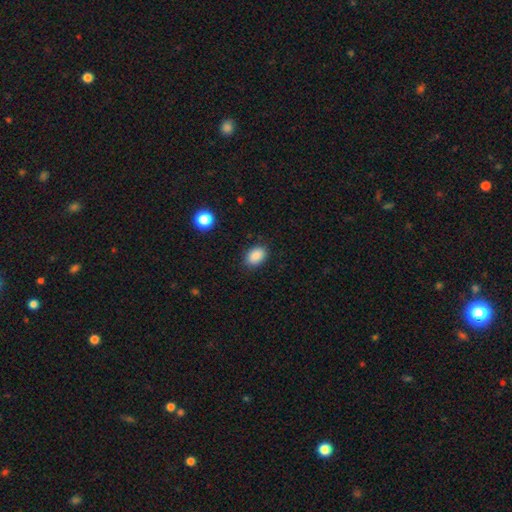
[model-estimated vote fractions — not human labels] The model was most divided on "how rounded": in between: 80%, round: 19%, cigar-shaped: 1%. More confident: smooth or featured — smooth (88%); merging — none (87%).